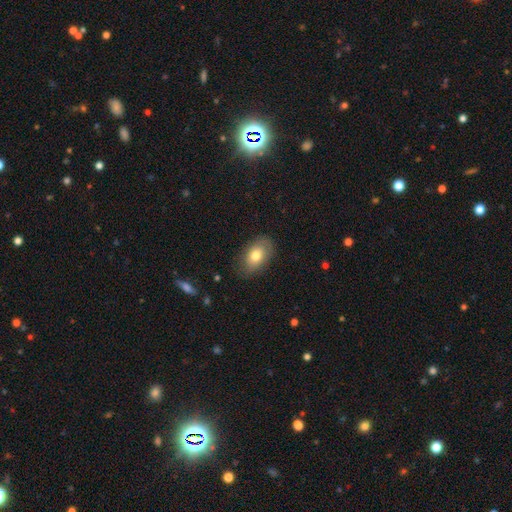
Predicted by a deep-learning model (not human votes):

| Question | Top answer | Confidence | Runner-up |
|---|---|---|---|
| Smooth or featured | smooth | 74% | featured or disk (18%) |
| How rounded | in between | 90% | round (9%) |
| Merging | none | 79% | minor disturbance (16%) |